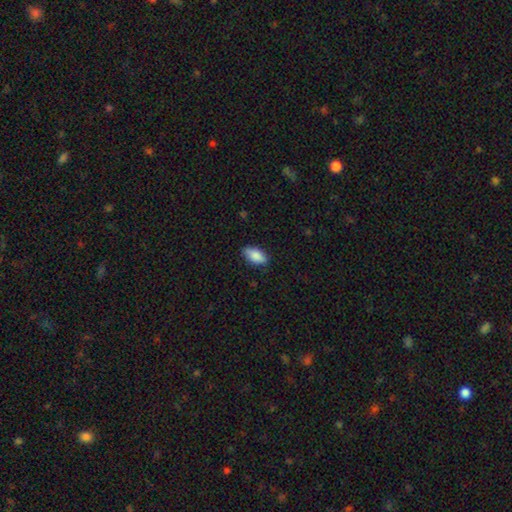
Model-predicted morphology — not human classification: smooth 86%, featured or disk 7%, star or artifact 6%. Down the decision tree: how rounded — in between (91%); merging — none (82%).